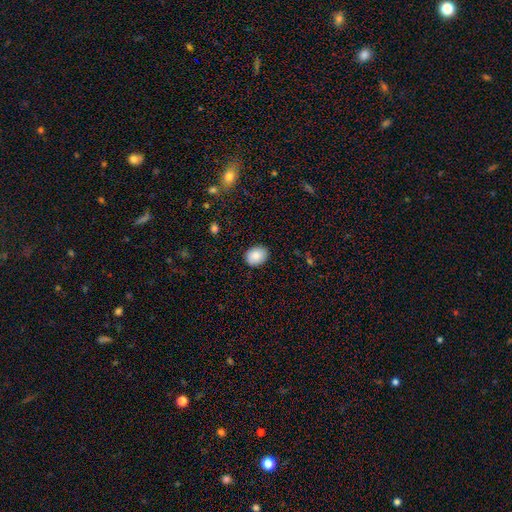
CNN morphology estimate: smooth_or_featured: smooth (p=0.87) [alt: star or artifact p=0.07]
how_rounded: in between (p=0.58) [alt: round p=0.41]
merging: none (p=0.86) [alt: minor disturbance p=0.11]